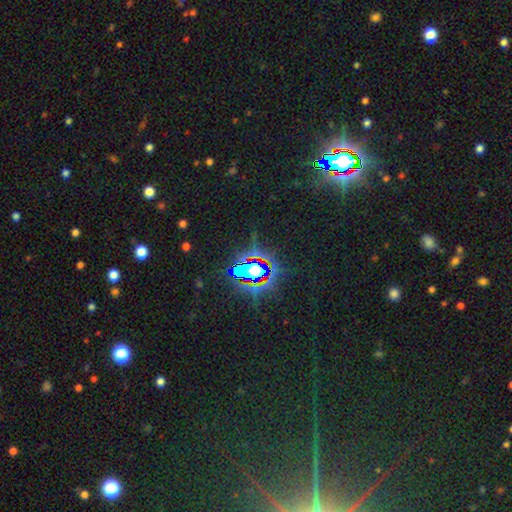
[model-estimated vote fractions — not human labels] Smooth or featured?
  - star or artifact: 77% *
  - smooth: 13%
  - featured or disk: 10%